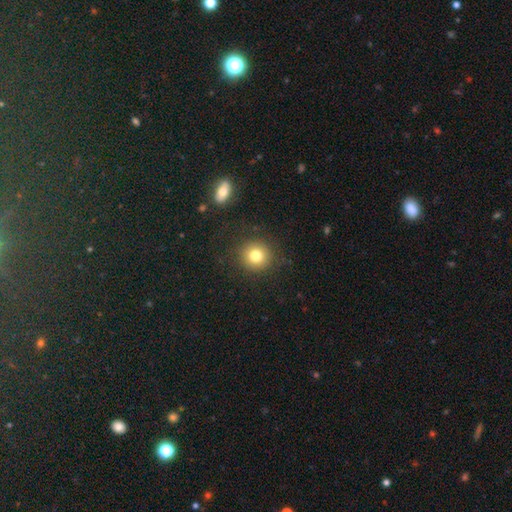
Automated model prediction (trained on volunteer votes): A smooth galaxy with no disk features (80%) that is round (92%). Merging: none (88%).